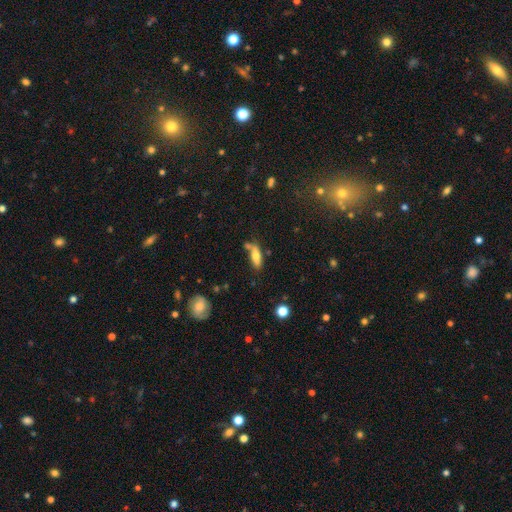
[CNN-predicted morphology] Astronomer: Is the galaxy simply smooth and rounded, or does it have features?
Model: smooth — 72%.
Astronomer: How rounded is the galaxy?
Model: in between — 64%.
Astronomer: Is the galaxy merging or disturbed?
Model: none — 50%.